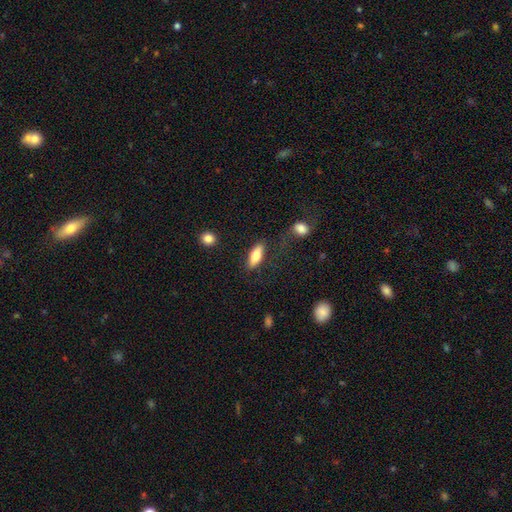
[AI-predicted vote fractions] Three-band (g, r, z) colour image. It shows a smooth galaxy with no disk features (75%) that is in between round and cigar-shaped (70%). Merging: none (76%).